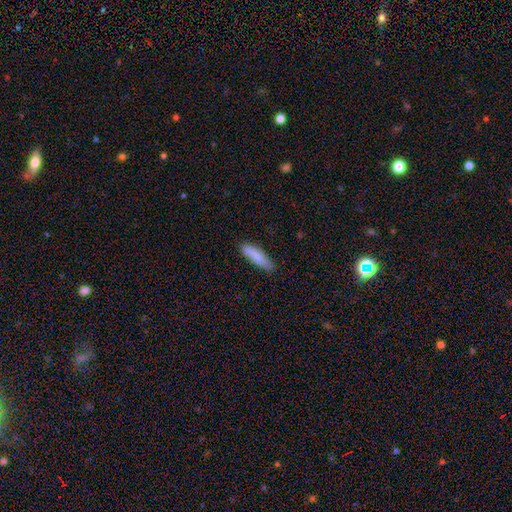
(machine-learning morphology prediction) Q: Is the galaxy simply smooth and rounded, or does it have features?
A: smooth — 83%.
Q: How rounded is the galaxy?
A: cigar-shaped — 69%.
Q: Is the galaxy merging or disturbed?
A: none — 80%.